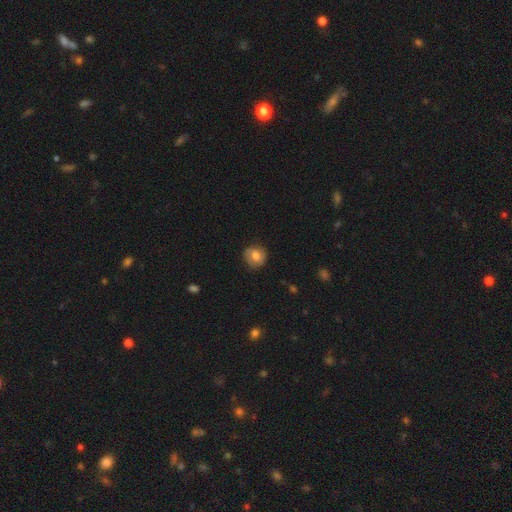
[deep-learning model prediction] The model was most divided on "smooth or featured": smooth: 70%, featured or disk: 22%, star or artifact: 9%. More confident: how rounded — round (79%); merging — none (78%).